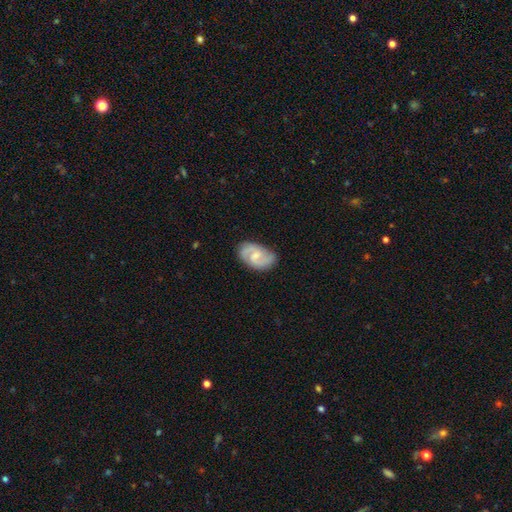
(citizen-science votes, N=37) This is clearly a featured or disk galaxy (84%). It is clearly not viewed edge-on (100%). Bar: likely weak (68%). Spiral arm pattern: clearly yes (94%). Spiral arm count: clearly 2 (100%). Spiral winding: likely medium (62%). Central bulge: possibly moderate (55%). Merging: clearly none (86%).